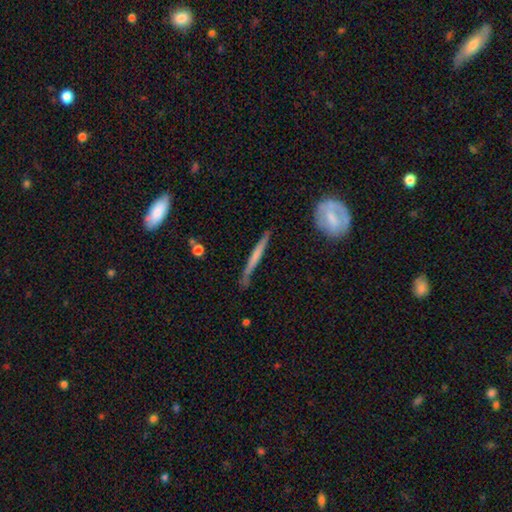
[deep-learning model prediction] Smooth or featured?
  - featured or disk: 52% *
  - smooth: 42%
  - star or artifact: 6%
Edge-on disk?
  - yes: 93% *
  - no: 7%
Merging?
  - none: 76% *
  - minor disturbance: 18%
  - major disturbance: 4%
  - merger: 2%